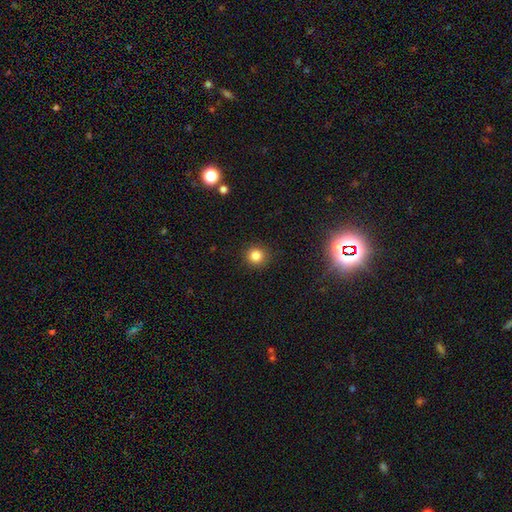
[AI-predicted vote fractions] Smooth or featured?
  - smooth: 83% *
  - star or artifact: 12%
  - featured or disk: 5%
How rounded?
  - round: 93% *
  - in between: 6%
  - cigar-shaped: 1%
Merging?
  - none: 91% *
  - minor disturbance: 6%
  - major disturbance: 2%
  - merger: 1%